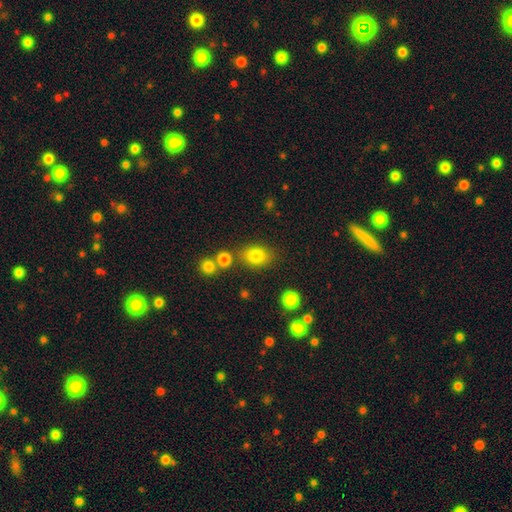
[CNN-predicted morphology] smooth-or-featured: smooth: 81% | star or artifact: 11% | featured or disk: 8%
  how-rounded: in between: 62% | round: 37% | cigar-shaped: 1%
  merging: none: 75% | minor disturbance: 13% | merger: 8% | major disturbance: 4%